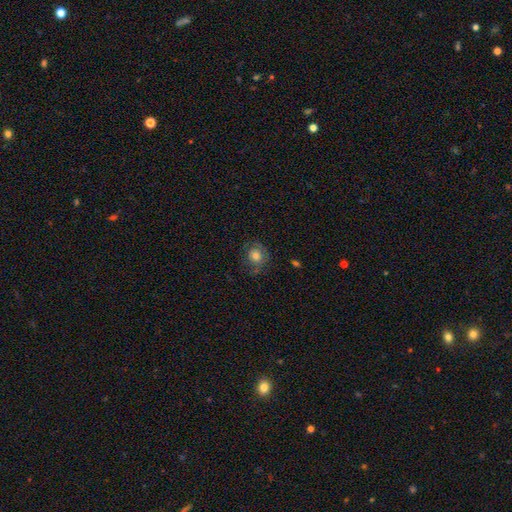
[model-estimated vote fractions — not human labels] Smooth or featured: smooth — 70% (featured or disk — 20%)
How rounded: round — 79% (in between — 20%)
Merging: none — 70% (minor disturbance — 19%)